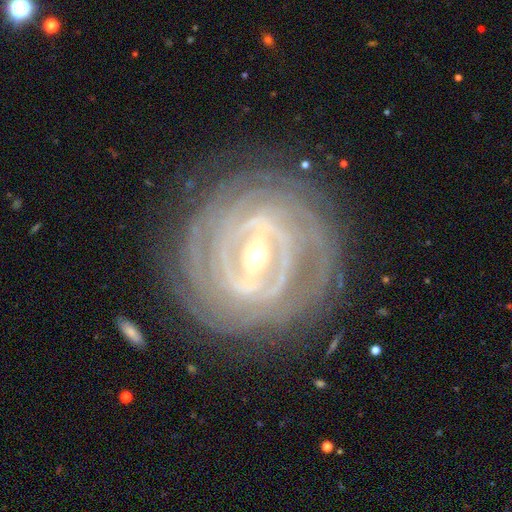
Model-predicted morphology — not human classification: type=featured or disk (91%); edge-on=no (95%); bar=strong (72%); spiral arms=yes (96%); winding=tight (86%); arm count=can't tell (28%); bulge=small (51%); merging=none (85%).